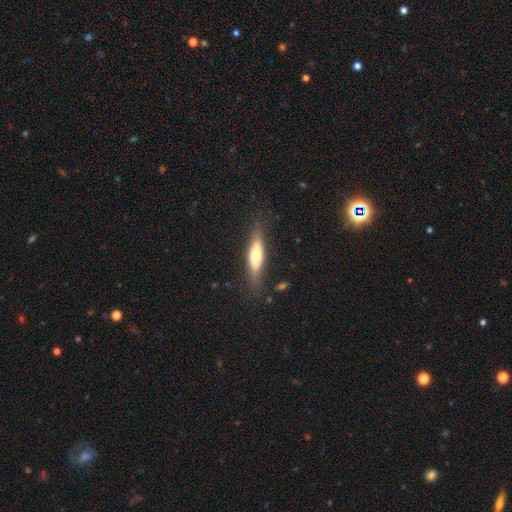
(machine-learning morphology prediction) This appears to be a smooth galaxy with no disk features (54%) that is cigar-shaped (61%). Merging: none (76%).